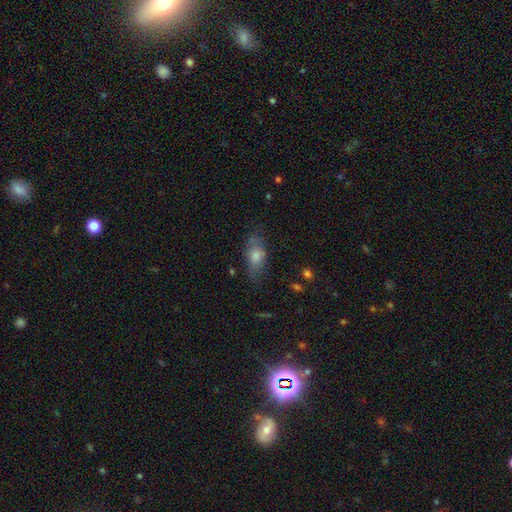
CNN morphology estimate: Smooth or featured?
  - smooth: 62% *
  - featured or disk: 26%
  - star or artifact: 12%
How rounded?
  - in between: 73% *
  - cigar-shaped: 19%
  - round: 8%
Merging?
  - none: 73% *
  - minor disturbance: 19%
  - major disturbance: 6%
  - merger: 2%